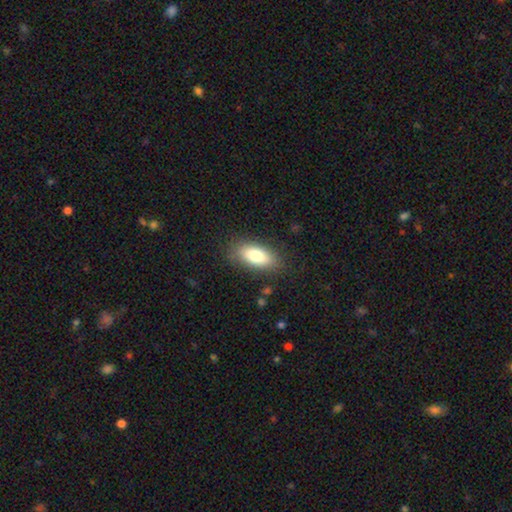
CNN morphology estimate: Smooth or featured?
  - smooth: 81% *
  - featured or disk: 12%
  - star or artifact: 7%
How rounded?
  - in between: 86% *
  - cigar-shaped: 11%
  - round: 3%
Merging?
  - none: 83% *
  - minor disturbance: 12%
  - major disturbance: 4%
  - merger: 1%